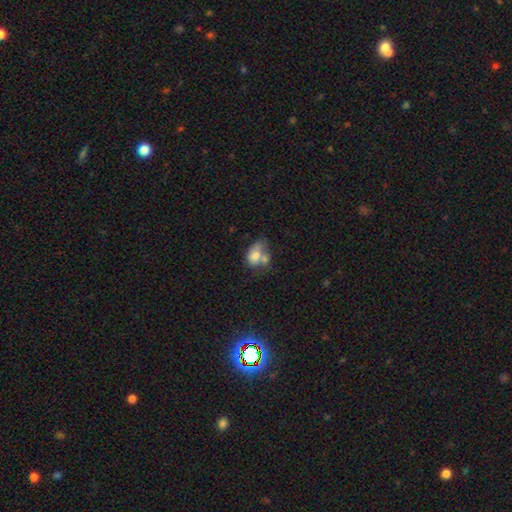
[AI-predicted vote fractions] This is likely a smooth galaxy (69%). How rounded: likely in between (76%). Merging: possibly merger (50%).